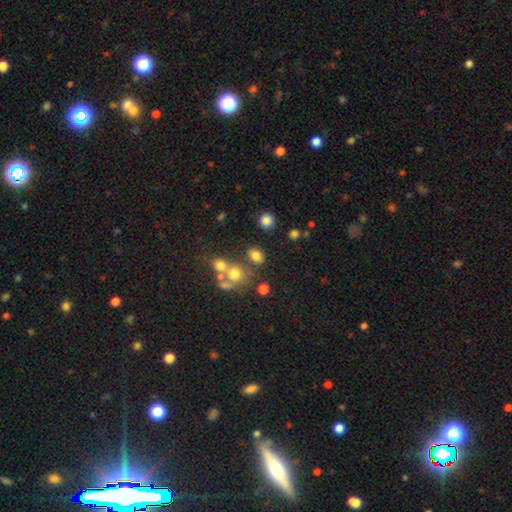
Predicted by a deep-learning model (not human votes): Smooth or featured: smooth — 74% (star or artifact — 16%)
How rounded: in between — 62% (round — 36%)
Merging: none — 62% (merger — 19%)